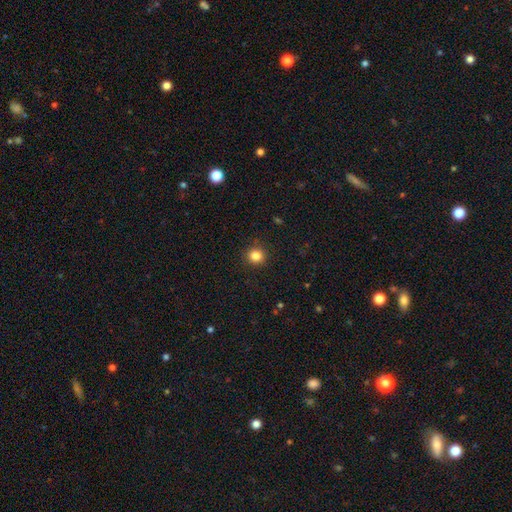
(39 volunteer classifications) Morphology: type=smooth (77%); roundness=round (93%); merging=none (80%).